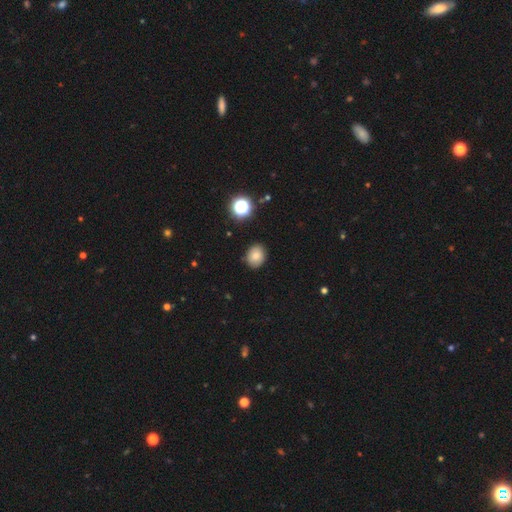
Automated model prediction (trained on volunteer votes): Smooth or featured? smooth (80%)
How rounded? round (52%)
Merging? none (86%)